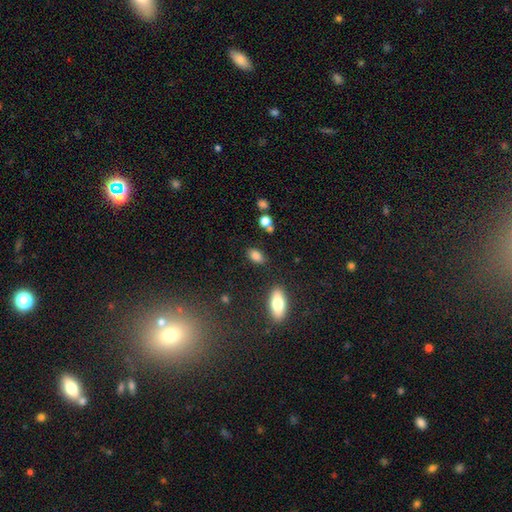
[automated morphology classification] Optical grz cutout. It shows a smooth galaxy with no disk features (85%) that is in between round and cigar-shaped (87%). Merging: none (80%).